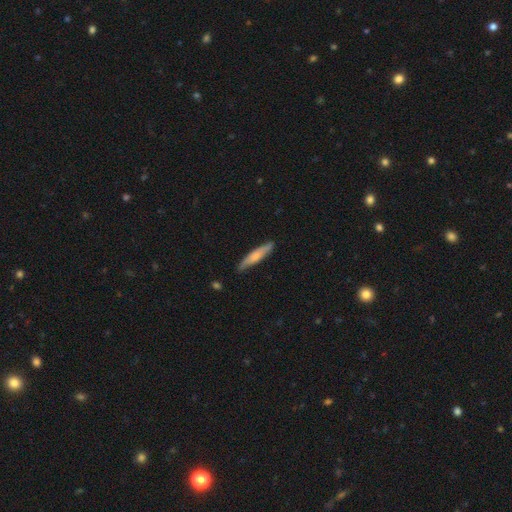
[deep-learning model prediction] Smooth or featured?
  - smooth: 59% *
  - featured or disk: 35%
  - star or artifact: 5%
How rounded?
  - cigar-shaped: 88% *
  - in between: 10%
  - round: 1%
Merging?
  - none: 85% *
  - minor disturbance: 12%
  - major disturbance: 2%
  - merger: 1%